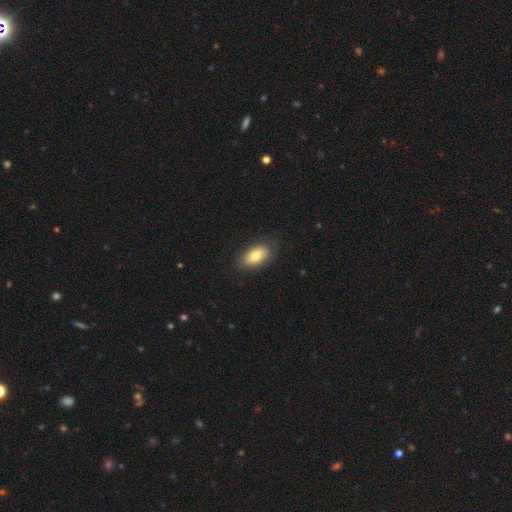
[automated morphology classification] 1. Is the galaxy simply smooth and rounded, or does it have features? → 75% smooth, 19% featured or disk, 7% star or artifact.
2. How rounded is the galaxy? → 92% in between, 6% round, 2% cigar-shaped.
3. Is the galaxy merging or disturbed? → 79% none, 16% minor disturbance, 5% major disturbance, 1% merger.